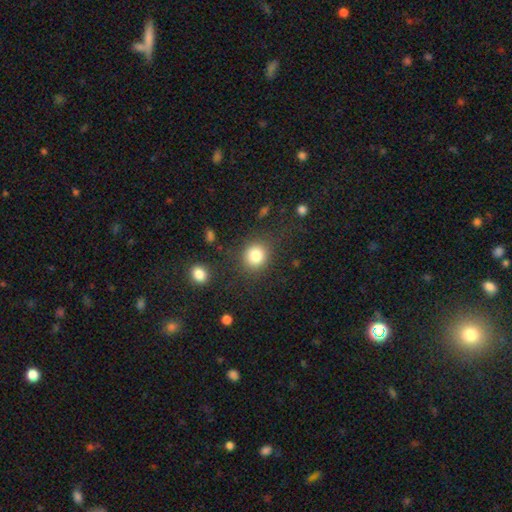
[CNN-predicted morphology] Smooth or featured: smooth — 83% (star or artifact — 10%)
How rounded: round — 82% (in between — 17%)
Merging: none — 82% (minor disturbance — 10%)